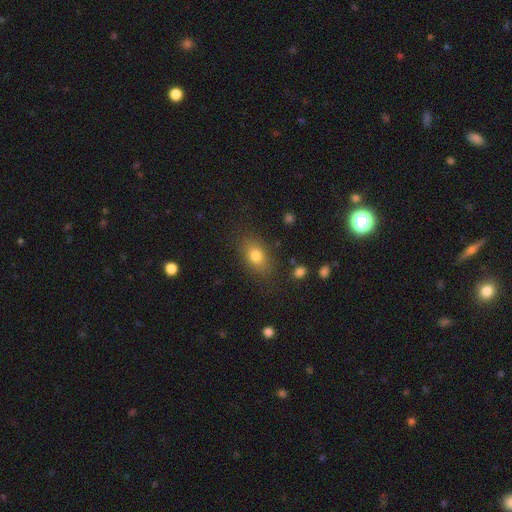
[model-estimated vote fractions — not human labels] A smooth galaxy with no disk features (78%) that is in between round and cigar-shaped (80%). Merging: none (80%).